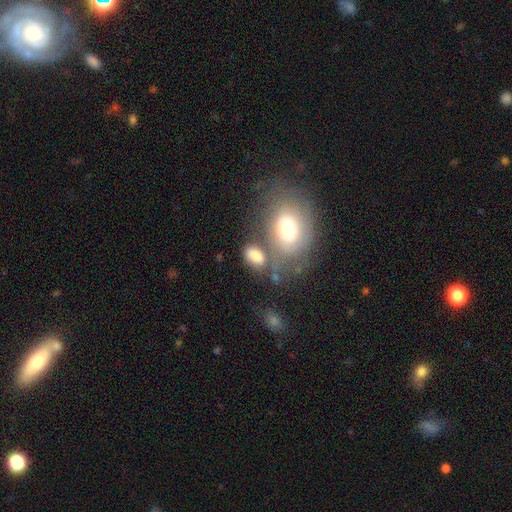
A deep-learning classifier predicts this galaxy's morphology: smooth_or_featured: smooth (p=0.78) [alt: featured or disk p=0.13]
how_rounded: in between (p=0.84) [alt: round p=0.14]
merging: none (p=0.49) [alt: merger p=0.25]